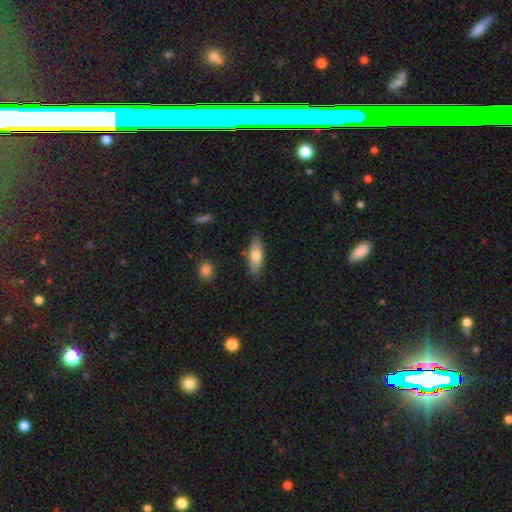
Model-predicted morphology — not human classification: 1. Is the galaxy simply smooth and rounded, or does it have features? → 67% smooth, 26% featured or disk, 6% star or artifact.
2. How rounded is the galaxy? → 63% in between, 34% cigar-shaped, 3% round.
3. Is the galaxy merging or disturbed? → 82% none, 13% minor disturbance, 3% merger, 3% major disturbance.